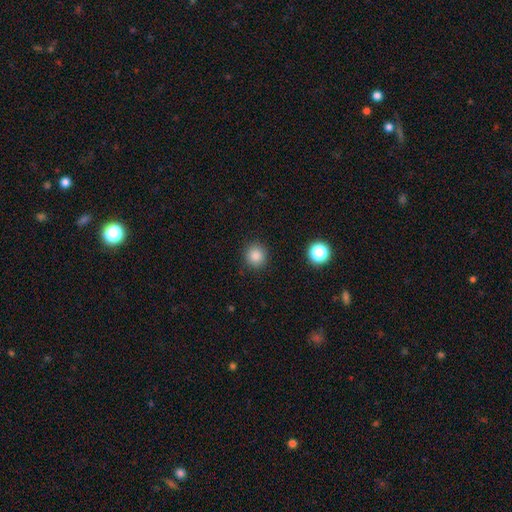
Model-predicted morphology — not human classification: smooth 85%, star or artifact 11%, featured or disk 4%. Down the decision tree: how rounded — round (91%); merging — none (90%).